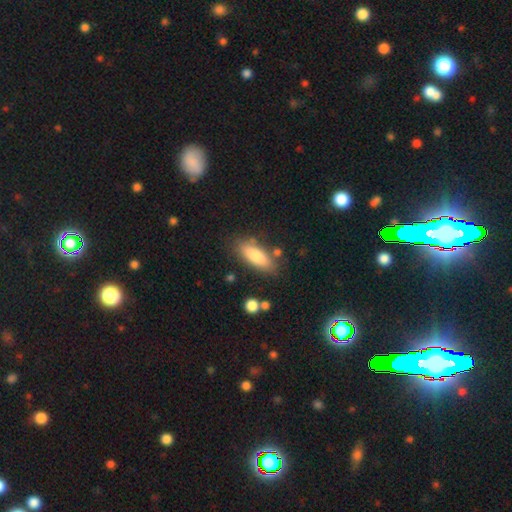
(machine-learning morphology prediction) Overall: smooth (80%). How rounded: in between (67%; cigar-shaped 31%). Merging: none (78%).